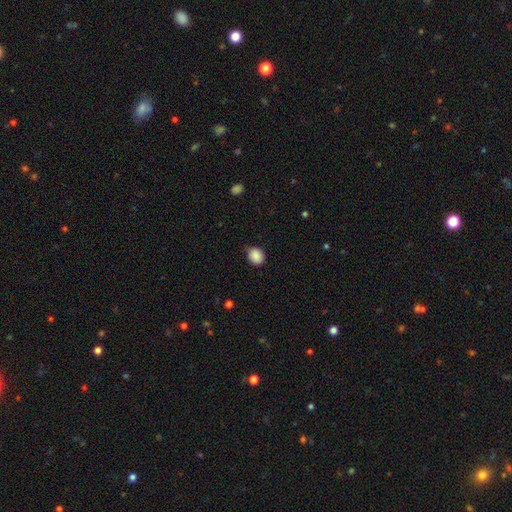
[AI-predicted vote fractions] Q: Smooth or featured?
A: smooth (89%); runner-up: star or artifact (8%)
Q: How rounded?
A: round (67%); runner-up: in between (32%)
Q: Merging?
A: none (78%); runner-up: minor disturbance (18%)